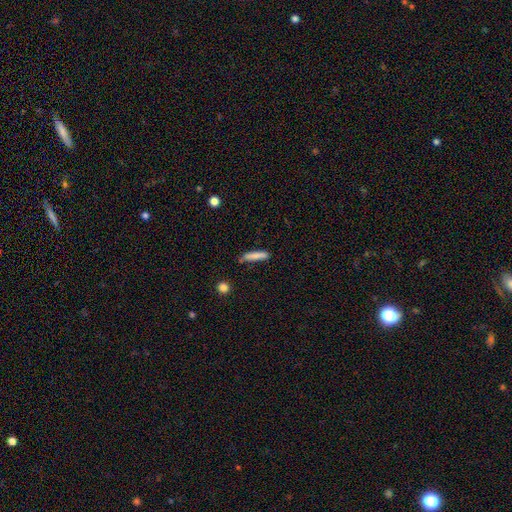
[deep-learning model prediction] Morphology: type=smooth (81%); roundness=cigar-shaped (87%); merging=none (78%).